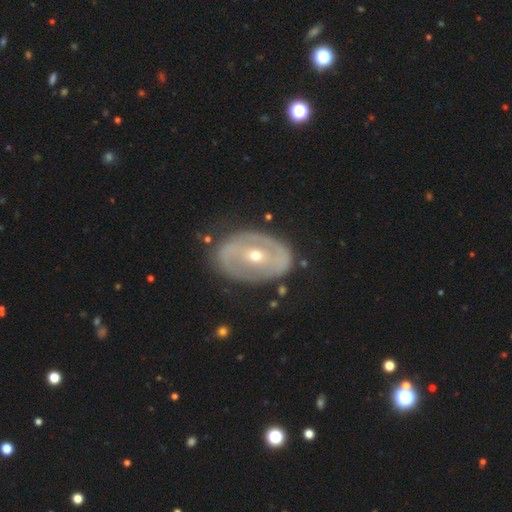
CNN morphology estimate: This is likely a featured or disk galaxy (74%). It is clearly not viewed edge-on (94%). Bar: marginally no (37%). Spiral arm pattern: possibly no (59%). Central bulge: possibly small (54%). Merging: likely none (76%).